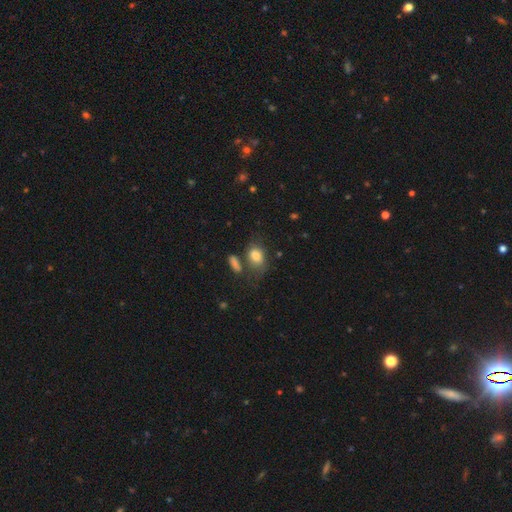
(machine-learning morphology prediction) A smooth galaxy with no disk features (80%) that is in between round and cigar-shaped (74%). Merging: none (52%).